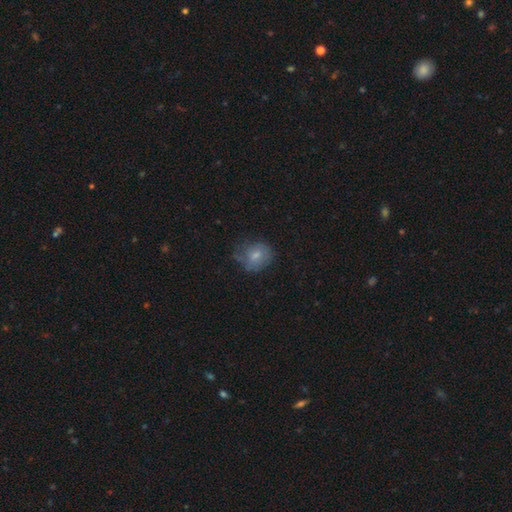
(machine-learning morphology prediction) type=smooth (70%); roundness=round (64%); merging=none (55%).